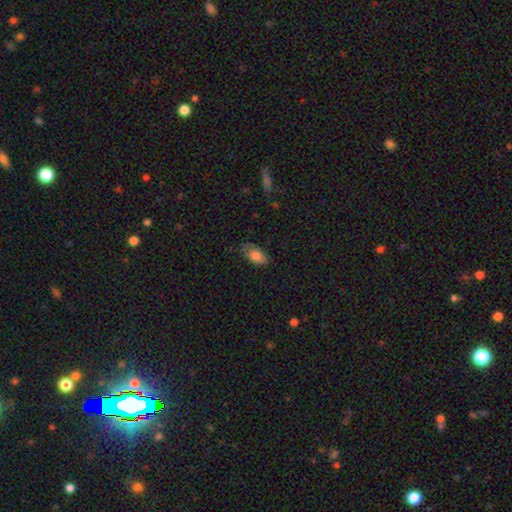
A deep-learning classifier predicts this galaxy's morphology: Smooth or featured?
  - smooth: 77% *
  - featured or disk: 15%
  - star or artifact: 7%
How rounded?
  - in between: 92% *
  - round: 5%
  - cigar-shaped: 3%
Merging?
  - none: 69% *
  - minor disturbance: 24%
  - major disturbance: 6%
  - merger: 1%